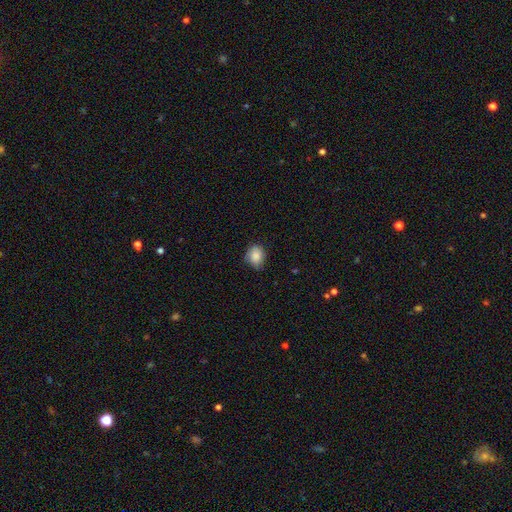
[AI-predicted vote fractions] This is clearly a smooth galaxy (86%). How rounded: possibly round (56%). Merging: likely none (70%).